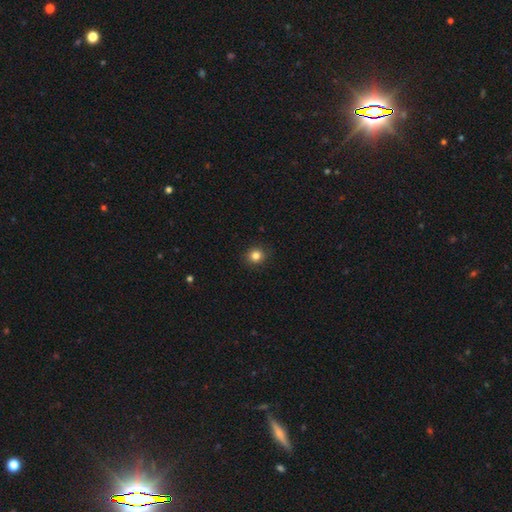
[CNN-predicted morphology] The model was most divided on "smooth or featured": smooth: 84%, star or artifact: 12%, featured or disk: 5%. More confident: merging — none (91%); how rounded — round (87%).